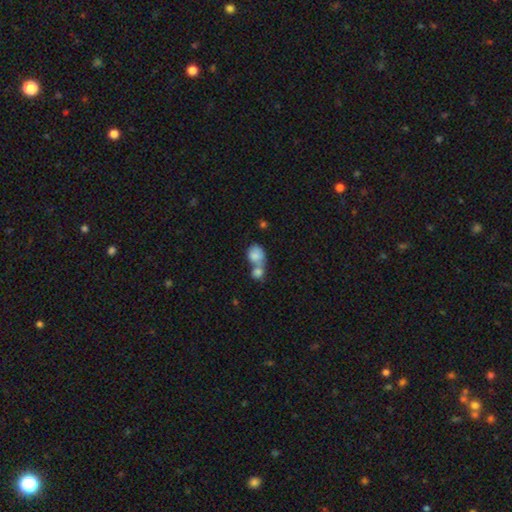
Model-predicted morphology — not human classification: A smooth galaxy with no disk features (79%) that is round (52%).

Vote fractions:
- Smooth or featured? smooth: 79% / featured or disk: 13% / star or artifact: 7%
- How rounded? round: 52% / in between: 46% / cigar-shaped: 1%
- Merging? merger: 70% / none: 19% / minor disturbance: 7% / major disturbance: 4%